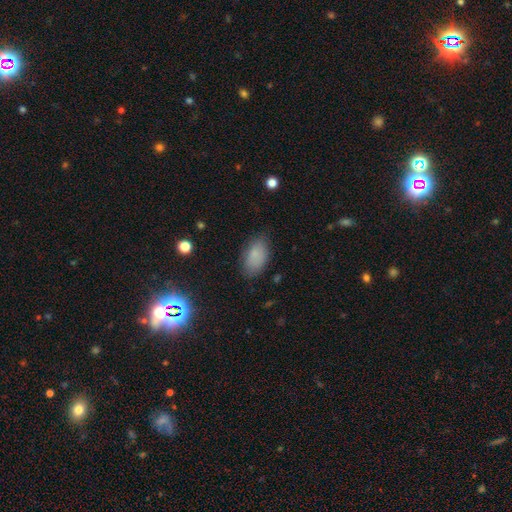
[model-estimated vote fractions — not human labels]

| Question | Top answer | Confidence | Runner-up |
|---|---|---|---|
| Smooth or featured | smooth | 83% | star or artifact (9%) |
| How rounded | in between | 93% | round (5%) |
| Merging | none | 80% | minor disturbance (15%) |